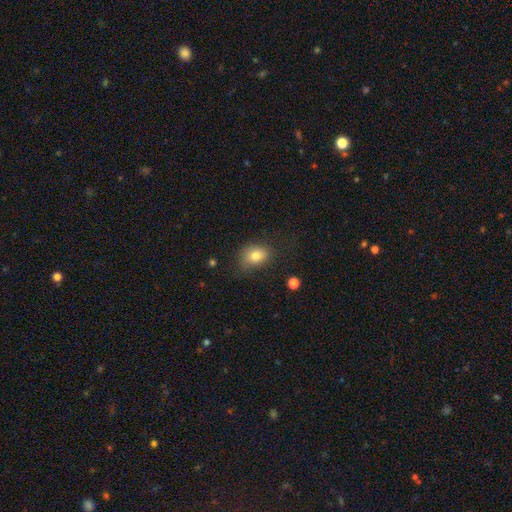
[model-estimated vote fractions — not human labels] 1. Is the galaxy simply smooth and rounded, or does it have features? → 81% smooth, 10% featured or disk, 9% star or artifact.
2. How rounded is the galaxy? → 69% in between, 30% round, 1% cigar-shaped.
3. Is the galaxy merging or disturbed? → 69% none, 22% minor disturbance, 8% major disturbance, 2% merger.